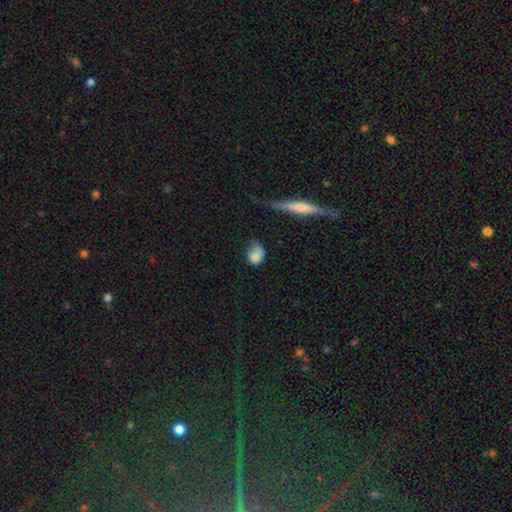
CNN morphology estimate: Smooth or featured: smooth — 79% (featured or disk — 12%)
How rounded: in between — 51% (round — 46%)
Merging: none — 38% (minor disturbance — 34%)